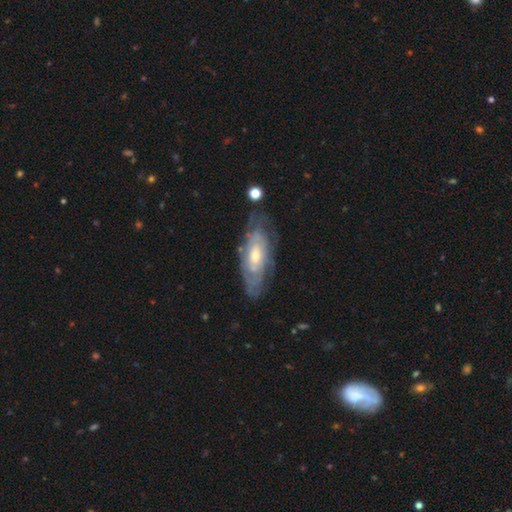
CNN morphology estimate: This appears to be a featured or disk galaxy (73%) with no bar (72%), spiral arms (77%) and a moderate central bulge (51%). Merging: none (70%).